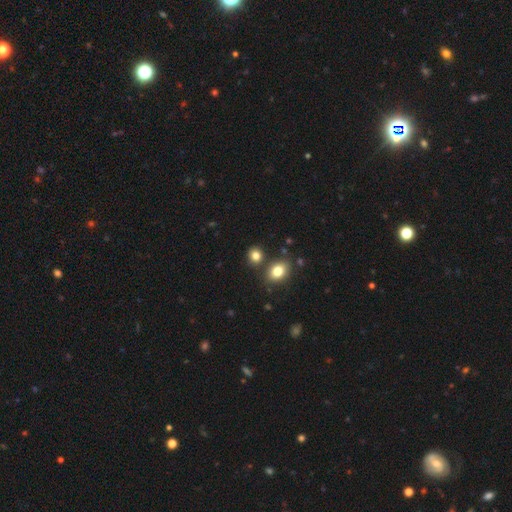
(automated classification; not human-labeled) Smooth or featured? Predicted: smooth (p=0.82). How rounded? Predicted: round (p=0.69). Merging? Predicted: none (p=0.77).